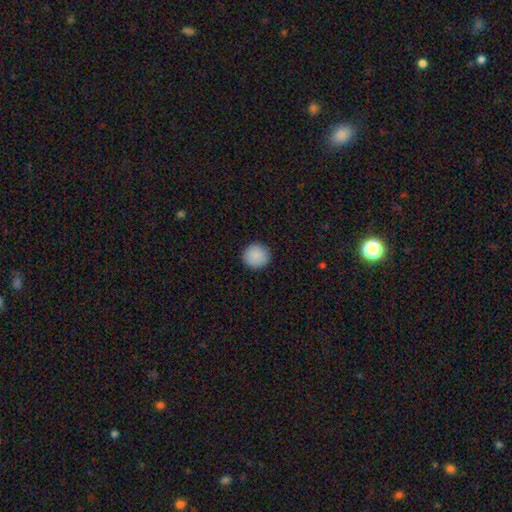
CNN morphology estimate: type=smooth (89%); roundness=round (94%); merging=none (92%).